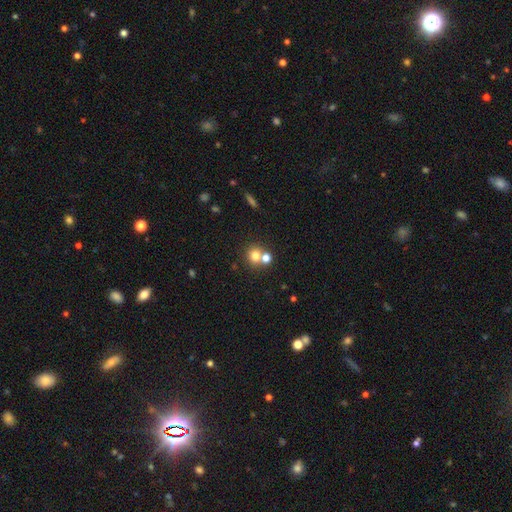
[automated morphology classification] Smooth or featured? smooth (74%)
How rounded? round (85%)
Merging? none (51%)